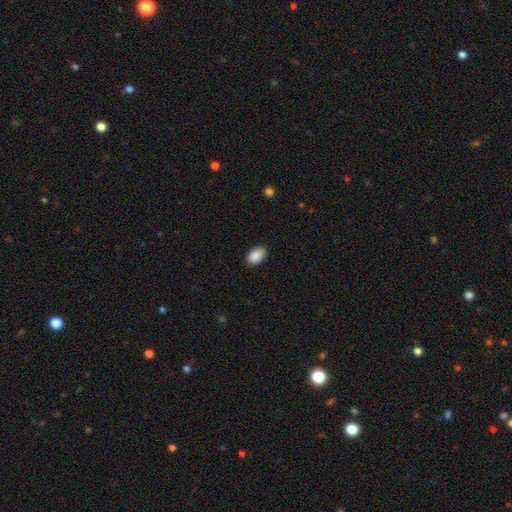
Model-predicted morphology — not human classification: Smooth or featured? Predicted: smooth (p=0.90). How rounded? Predicted: in between (p=0.92). Merging? Predicted: none (p=0.88).